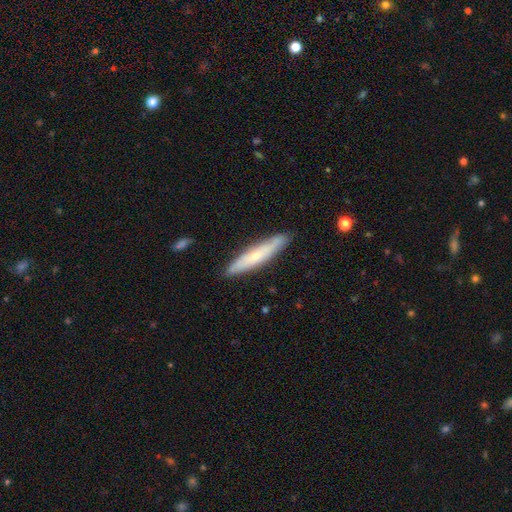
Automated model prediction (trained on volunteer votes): A smooth galaxy with no disk features (51%) that is cigar-shaped (89%). Merging: none (86%).